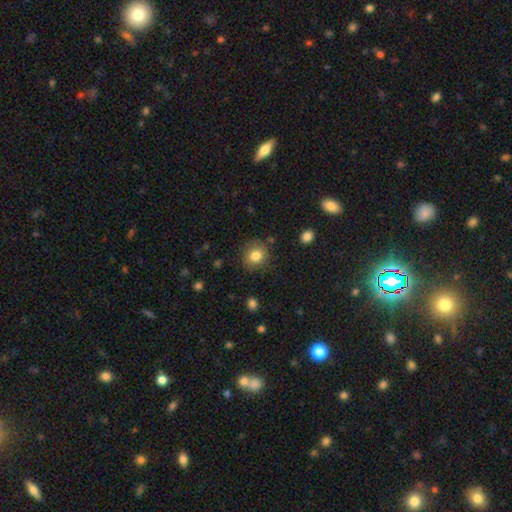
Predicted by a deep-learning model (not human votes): Smooth or featured? smooth (82%)
How rounded? round (82%)
Merging? none (82%)